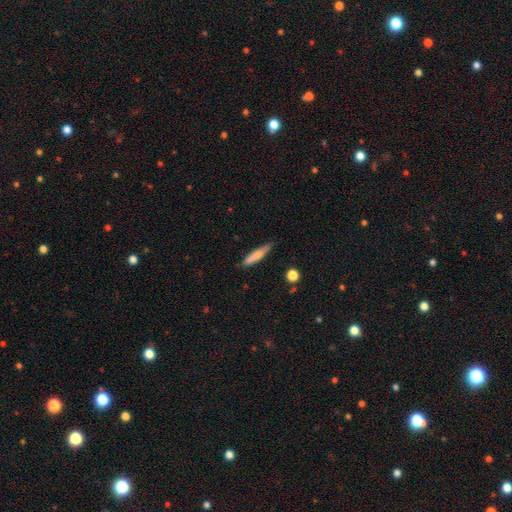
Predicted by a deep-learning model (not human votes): A smooth galaxy with no disk features (72%) that is cigar-shaped (87%). Merging: none (78%).